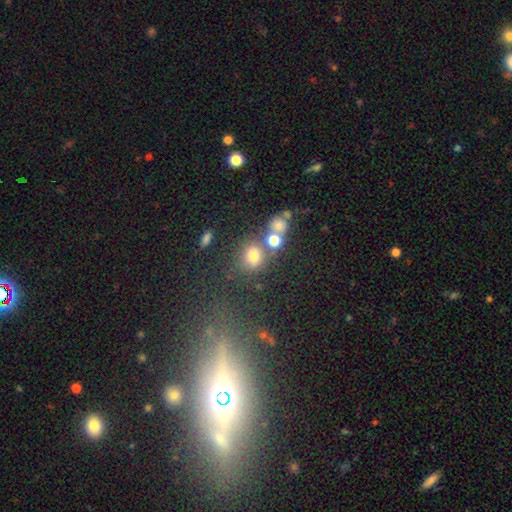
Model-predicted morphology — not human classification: A smooth galaxy with no disk features (52%) that is round (73%). Merging: none (70%).